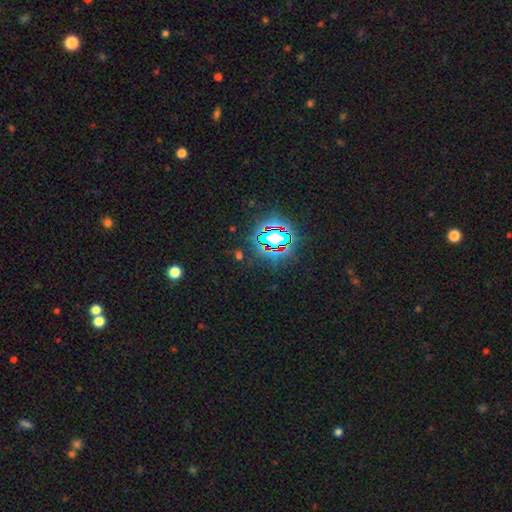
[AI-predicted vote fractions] Q: Smooth or featured?
A: star or artifact (83%); runner-up: smooth (10%)